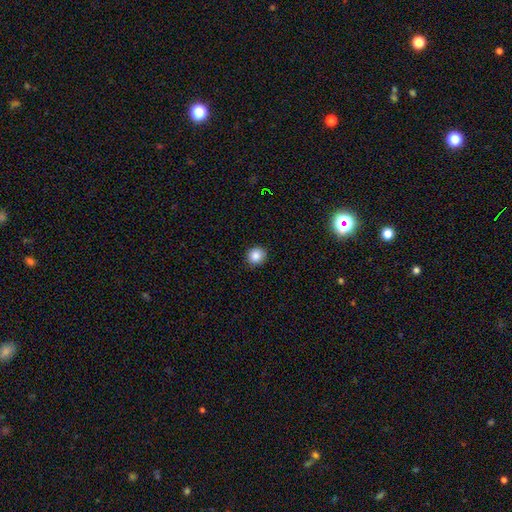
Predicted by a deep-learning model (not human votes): This is clearly a smooth galaxy (85%). How rounded: clearly round (88%). Merging: clearly none (89%).